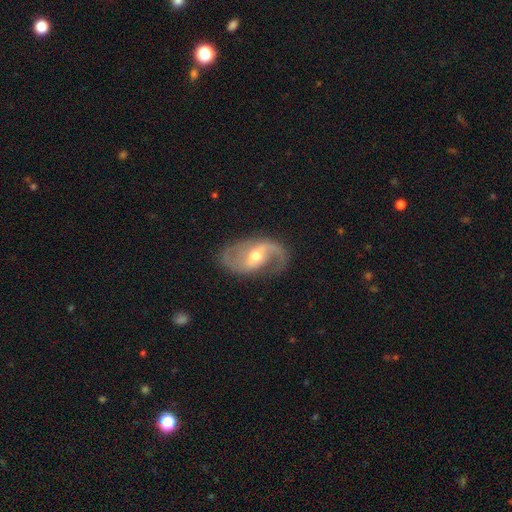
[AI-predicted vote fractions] Smooth or featured? Predicted: featured or disk (p=0.87). Edge-on disk? Predicted: no (p=0.97). Bar? Predicted: weak (p=0.48). Spiral arms? Predicted: yes (p=0.95). Spiral winding? Predicted: loose (p=0.48). Spiral arm count? Predicted: 2 (p=0.86). Bulge size? Predicted: moderate (p=0.65). Merging? Predicted: none (p=0.74).